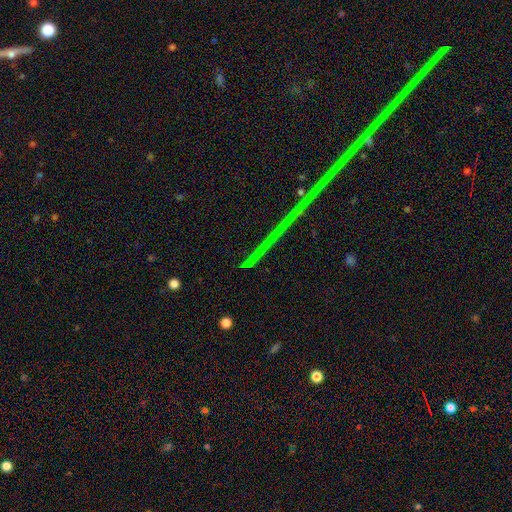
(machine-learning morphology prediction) Smooth or featured?
  - star or artifact: 78% *
  - featured or disk: 13%
  - smooth: 9%